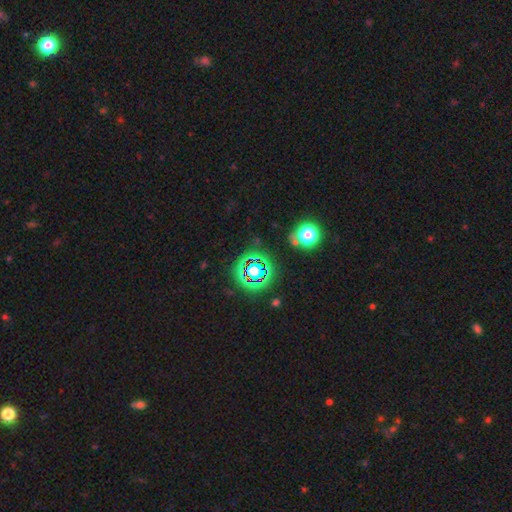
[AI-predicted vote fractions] star or artifact 75%, smooth 14%, featured or disk 10%.